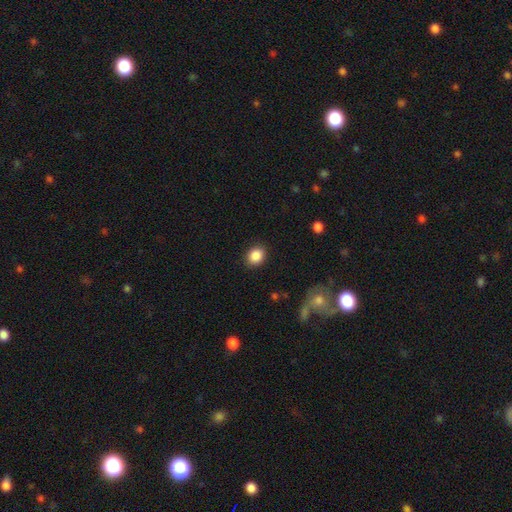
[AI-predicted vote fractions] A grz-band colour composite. It shows a smooth galaxy with no disk features (87%) that is round (61%). Merging: none (89%).